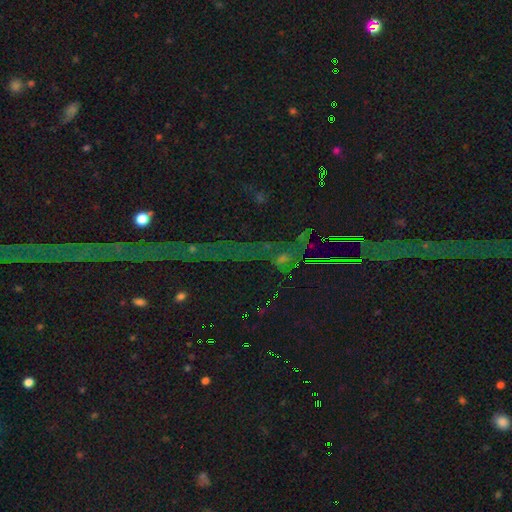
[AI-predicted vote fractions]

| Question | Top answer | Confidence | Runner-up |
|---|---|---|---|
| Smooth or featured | star or artifact | 81% | featured or disk (10%) |